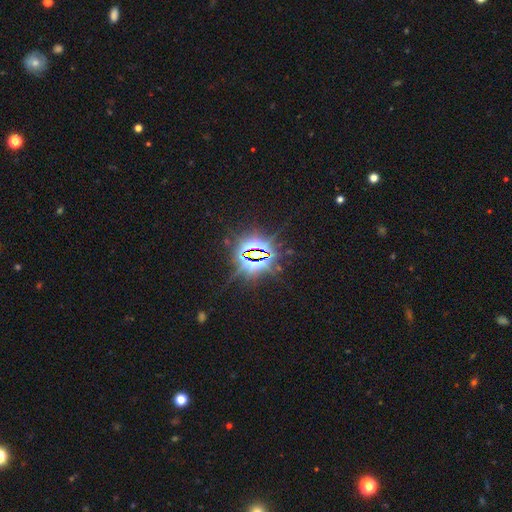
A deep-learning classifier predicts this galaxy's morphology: Smooth or featured? star or artifact (86%)